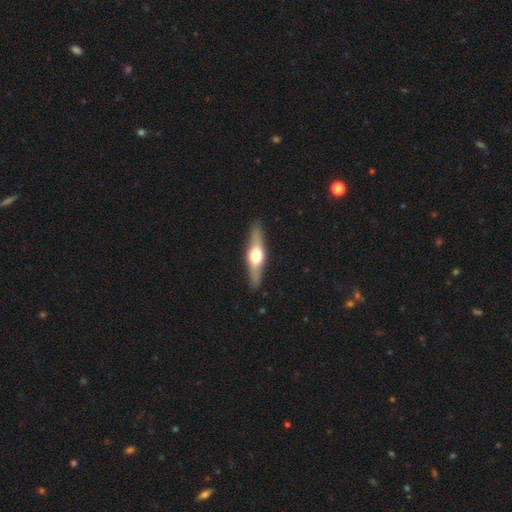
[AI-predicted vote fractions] Smooth or featured? featured or disk (69%)
Edge-on disk? yes (95%)
Edge-on bulge? rounded (94%)
Merging? none (89%)